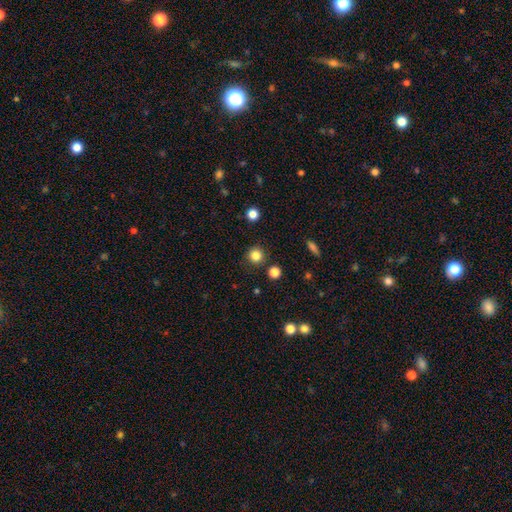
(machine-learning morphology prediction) A smooth galaxy with no disk features (83%) that is round (94%). Merging: none (89%).